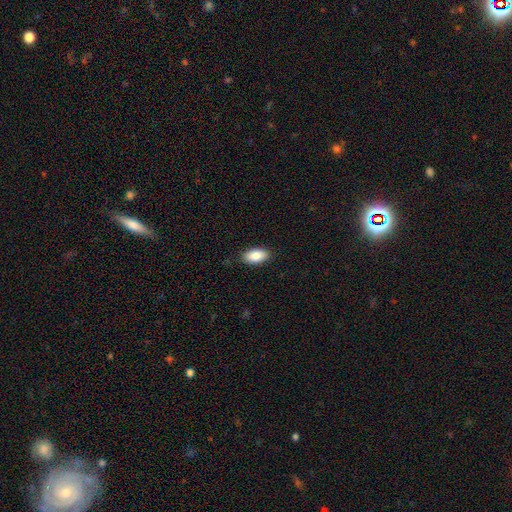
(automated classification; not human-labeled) smooth_or_featured: smooth (p=0.88) [alt: star or artifact p=0.06]
how_rounded: in between (p=0.94) [alt: cigar-shaped p=0.03]
merging: none (p=0.88) [alt: minor disturbance p=0.09]